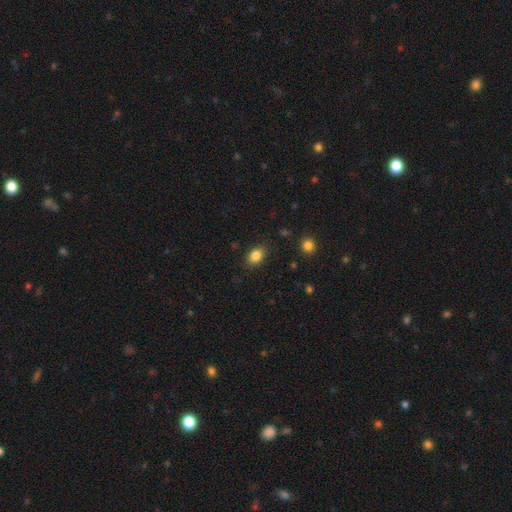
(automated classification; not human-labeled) Smooth or featured? smooth (85%)
How rounded? in between (73%)
Merging? none (85%)